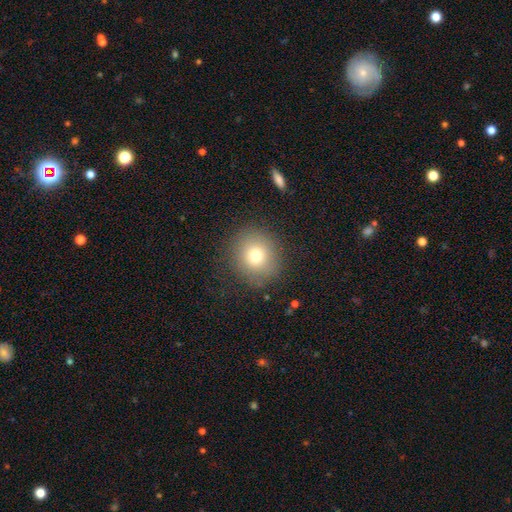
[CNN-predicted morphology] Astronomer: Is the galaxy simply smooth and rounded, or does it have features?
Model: smooth — 74%.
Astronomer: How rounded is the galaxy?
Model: round — 88%.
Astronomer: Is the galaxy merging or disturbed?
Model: none — 85%.